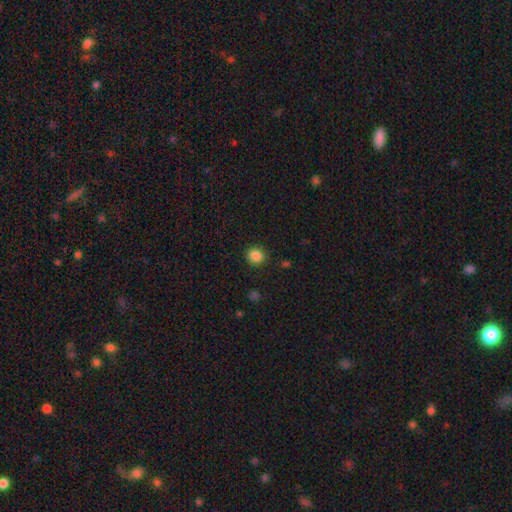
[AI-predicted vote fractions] Smooth or featured: smooth — 86% (star or artifact — 10%)
How rounded: round — 87% (in between — 12%)
Merging: none — 90% (minor disturbance — 6%)